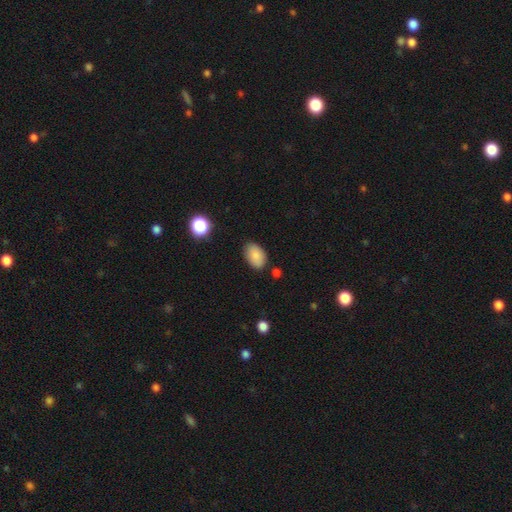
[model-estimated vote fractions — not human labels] Overall: smooth (87%). How rounded: in between (90%). Merging: none (81%).